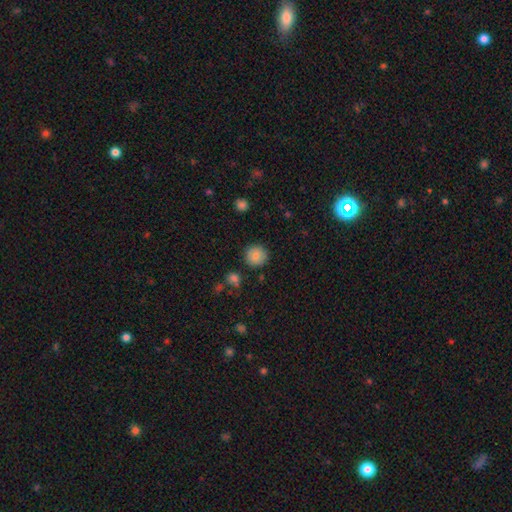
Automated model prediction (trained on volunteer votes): Q: Smooth or featured?
A: smooth (84%); runner-up: star or artifact (9%)
Q: How rounded?
A: round (94%); runner-up: in between (5%)
Q: Merging?
A: none (88%); runner-up: minor disturbance (8%)